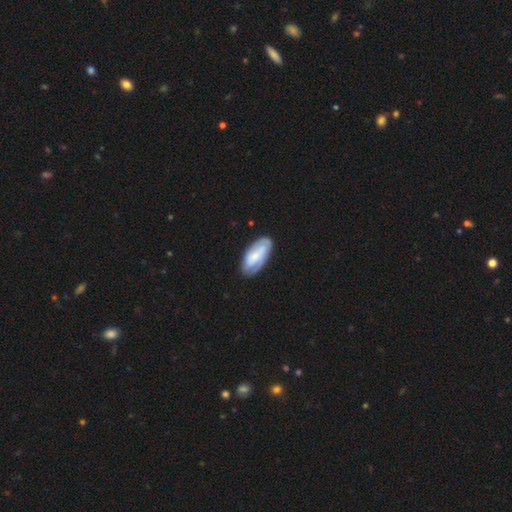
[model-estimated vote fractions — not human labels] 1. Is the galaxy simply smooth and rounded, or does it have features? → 50% smooth, 44% featured or disk, 6% star or artifact.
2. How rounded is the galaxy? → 90% in between, 8% cigar-shaped, 2% round.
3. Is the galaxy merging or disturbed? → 78% none, 17% minor disturbance, 4% major disturbance, 1% merger.